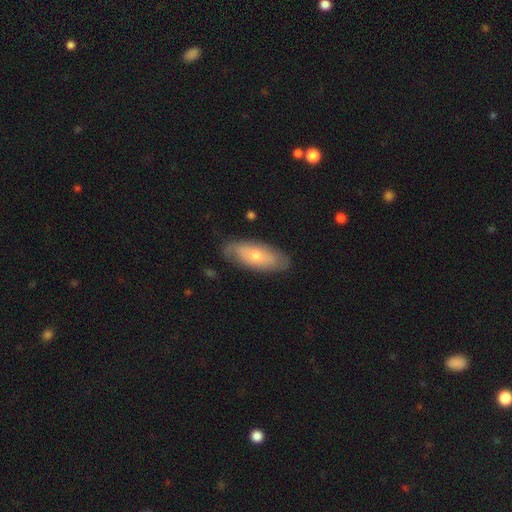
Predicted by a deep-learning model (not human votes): Smooth or featured: featured or disk — 49% (smooth — 45%)
Merging: none — 78% (minor disturbance — 17%)